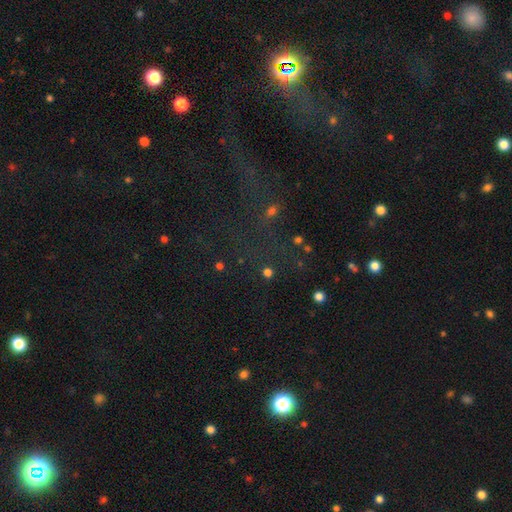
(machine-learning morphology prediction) Smooth or featured?
  - star or artifact: 71% *
  - smooth: 18%
  - featured or disk: 11%